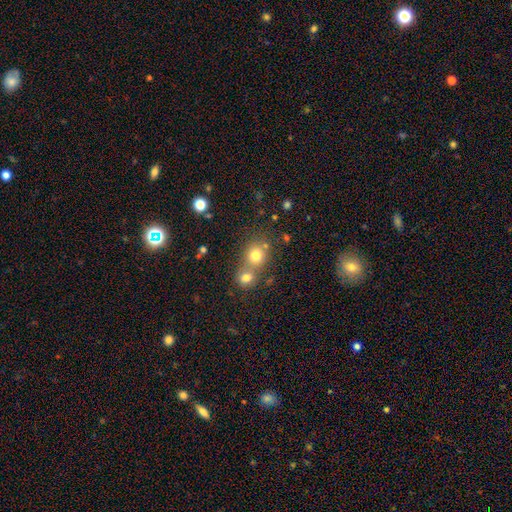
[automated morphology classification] type=smooth (76%); roundness=round (81%); merging=none (47%).